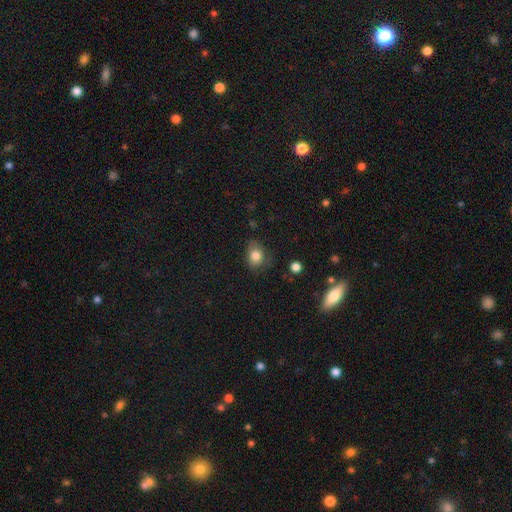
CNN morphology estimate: The model was most divided on "how rounded": in between: 55%, round: 44%, cigar-shaped: 1%. More confident: smooth or featured — smooth (81%); merging — none (64%).